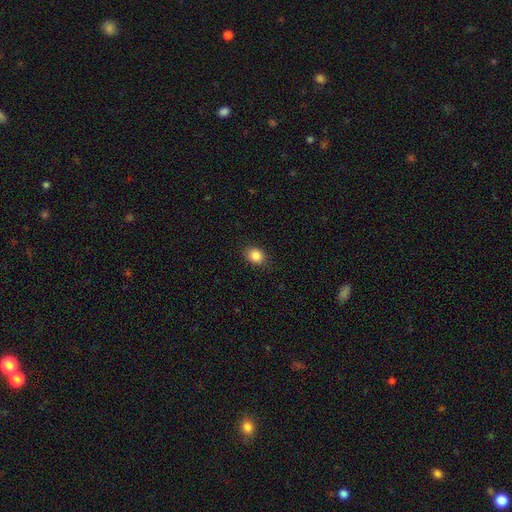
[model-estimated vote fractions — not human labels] A smooth galaxy with no disk features (86%) that is in between round and cigar-shaped (52%).

Vote fractions:
- Smooth or featured? smooth: 86% / star or artifact: 9% / featured or disk: 5%
- How rounded? in between: 52% / round: 47% / cigar-shaped: 1%
- Merging? none: 86% / minor disturbance: 11% / major disturbance: 3% / merger: 1%